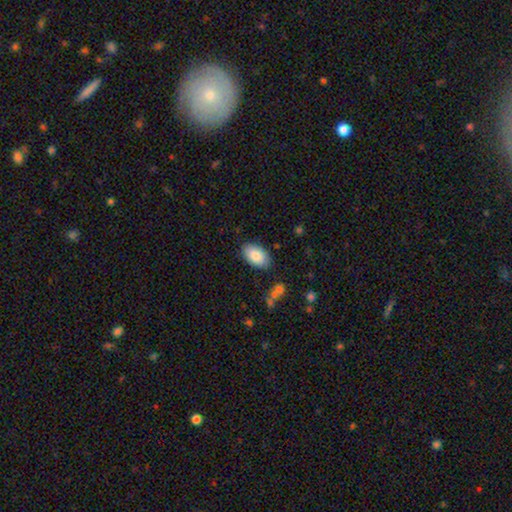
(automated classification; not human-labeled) A smooth galaxy with no disk features (86%) that is in between round and cigar-shaped (94%).

Vote fractions:
- Smooth or featured? smooth: 86% / featured or disk: 8% / star or artifact: 6%
- How rounded? in between: 94% / round: 4% / cigar-shaped: 1%
- Merging? none: 85% / minor disturbance: 11% / major disturbance: 3% / merger: 2%